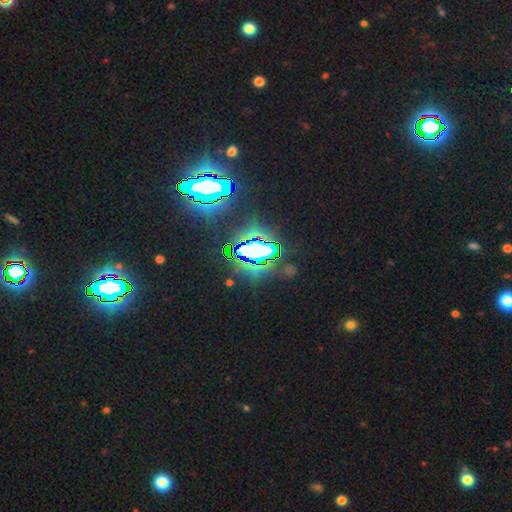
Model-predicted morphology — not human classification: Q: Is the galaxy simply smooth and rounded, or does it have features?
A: star or artifact — 71%.